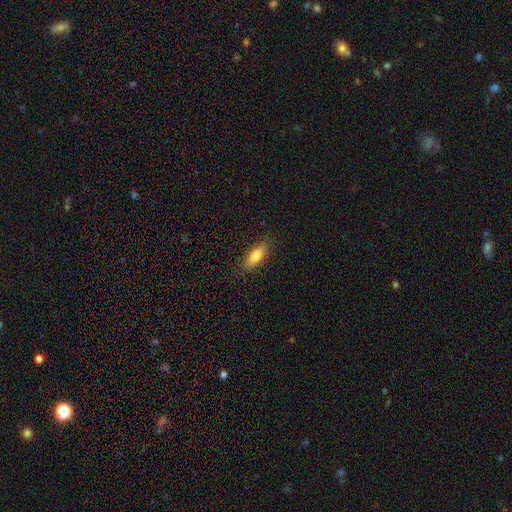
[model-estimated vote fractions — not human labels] Smooth or featured? Predicted: smooth (p=0.76). How rounded? Predicted: in between (p=0.64). Merging? Predicted: none (p=0.85).